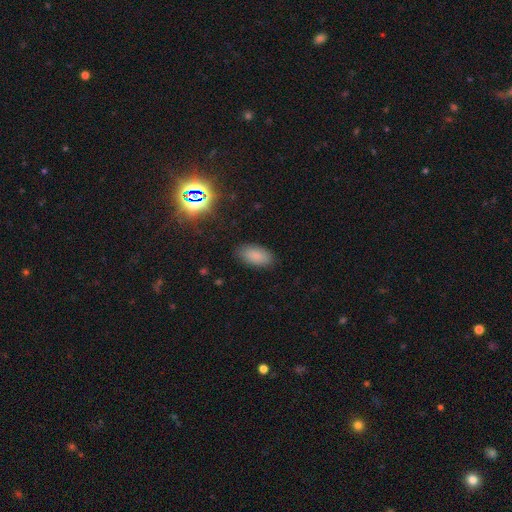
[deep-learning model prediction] The model was most divided on "merging": none: 86%, minor disturbance: 11%, major disturbance: 3%, merger: 1%. More confident: how rounded — in between (93%); smooth or featured — smooth (85%).